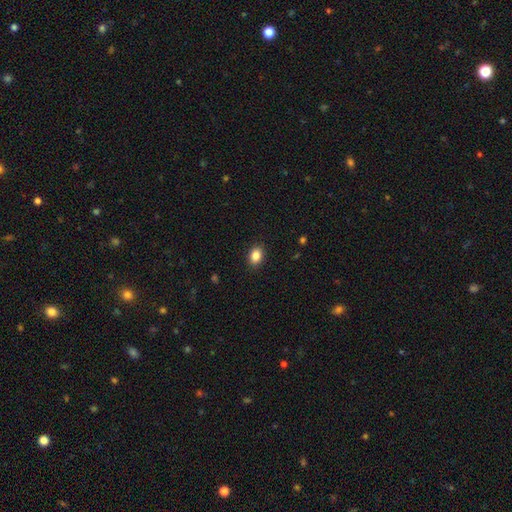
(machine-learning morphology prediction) Smooth or featured?
  - smooth: 86% *
  - star or artifact: 9%
  - featured or disk: 4%
How rounded?
  - in between: 68% *
  - round: 31%
  - cigar-shaped: 1%
Merging?
  - none: 90% *
  - minor disturbance: 7%
  - major disturbance: 2%
  - merger: 1%